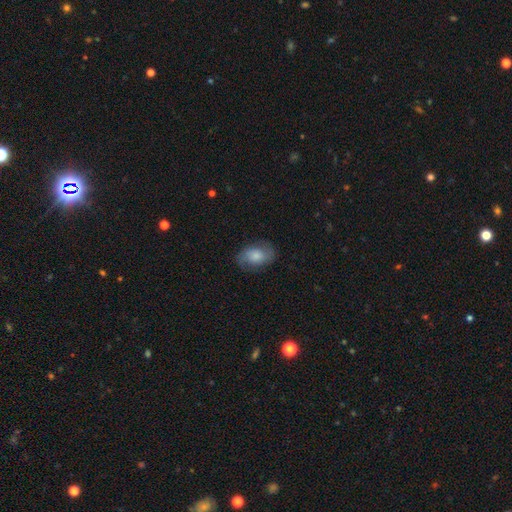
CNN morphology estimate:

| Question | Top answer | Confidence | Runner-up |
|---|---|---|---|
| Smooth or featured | smooth | 62% | featured or disk (30%) |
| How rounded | in between | 82% | round (17%) |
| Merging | none | 76% | minor disturbance (17%) |